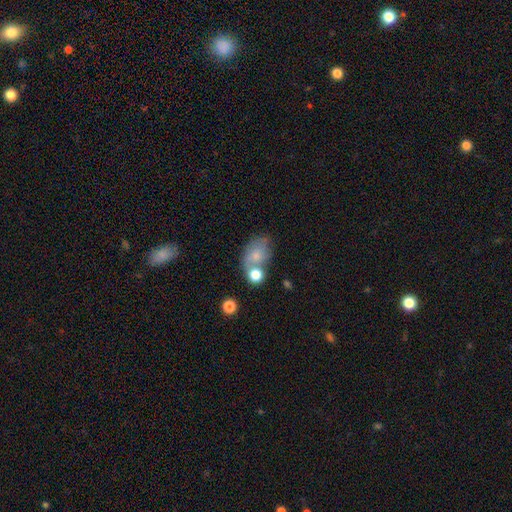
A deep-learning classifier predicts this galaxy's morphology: This appears to be a smooth galaxy with no disk features (66%) that is in between round and cigar-shaped (72%). Merging: none (37%).